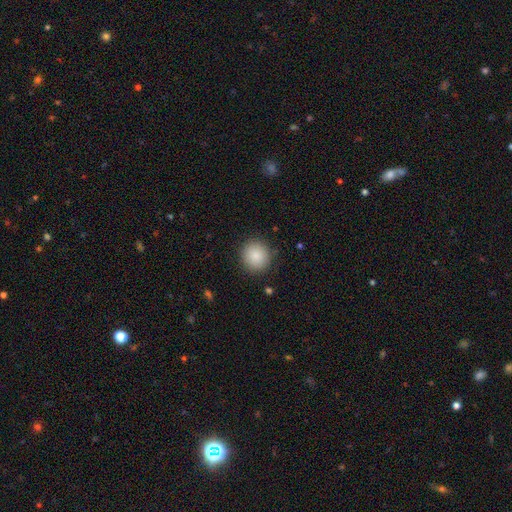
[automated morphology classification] Smooth or featured? smooth (87%)
How rounded? round (92%)
Merging? none (89%)